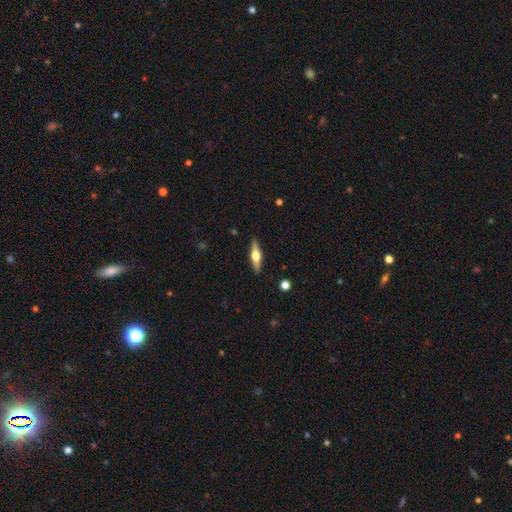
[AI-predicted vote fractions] smooth_or_featured: featured or disk (p=0.62) [alt: smooth p=0.32]
disk_edge_on: yes (p=0.96) [alt: no p=0.04]
edge_on_bulge: rounded (p=0.94) [alt: boxy p=0.04]
merging: none (p=0.90) [alt: minor disturbance p=0.07]